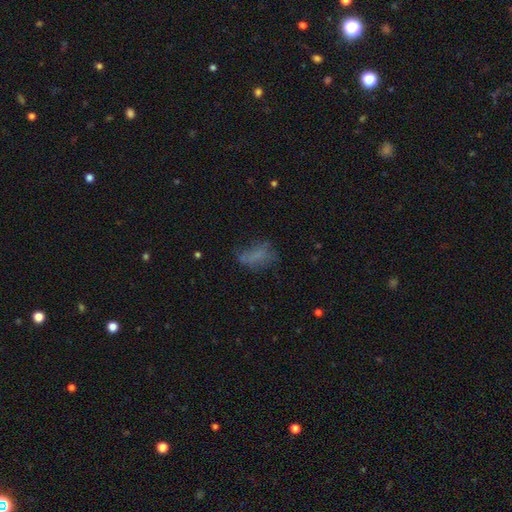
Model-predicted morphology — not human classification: Smooth or featured: smooth — 60% (featured or disk — 22%)
How rounded: in between — 83% (cigar-shaped — 9%)
Merging: none — 43% (major disturbance — 27%)